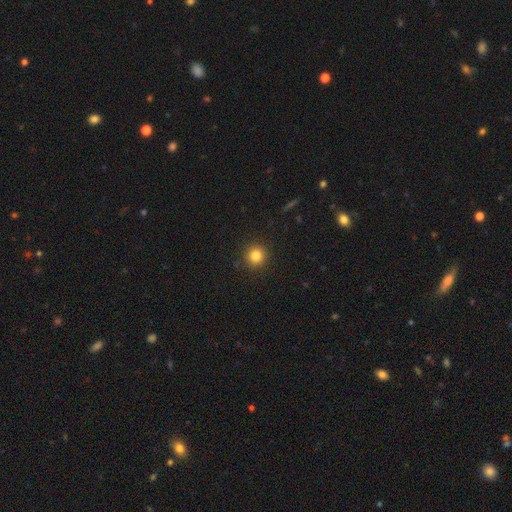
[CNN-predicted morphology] The model was most divided on "smooth or featured": smooth: 83%, star or artifact: 12%, featured or disk: 5%. More confident: how rounded — round (94%); merging — none (92%).